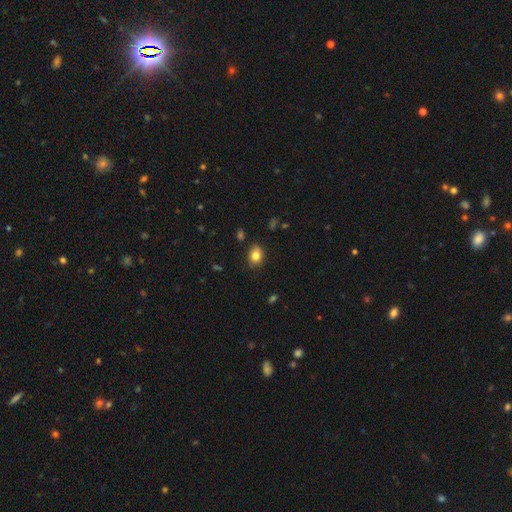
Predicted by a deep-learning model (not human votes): Overall: smooth (81%). How rounded: round (51%; in between 48%). Merging: none (80%).